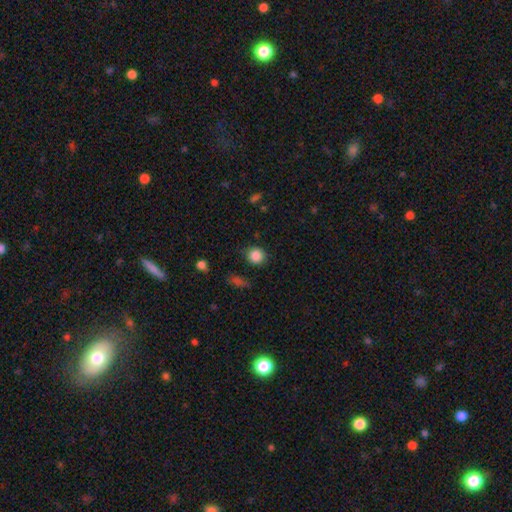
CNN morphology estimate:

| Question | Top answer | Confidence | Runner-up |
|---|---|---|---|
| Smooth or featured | smooth | 86% | star or artifact (10%) |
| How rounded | round | 87% | in between (12%) |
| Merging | none | 84% | minor disturbance (11%) |